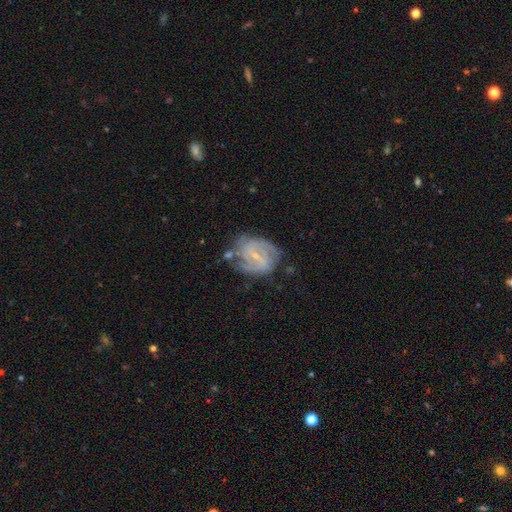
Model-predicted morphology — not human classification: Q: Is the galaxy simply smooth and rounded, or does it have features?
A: featured or disk — 80%.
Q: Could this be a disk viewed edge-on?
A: no — 97%.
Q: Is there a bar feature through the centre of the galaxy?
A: weak — 56%.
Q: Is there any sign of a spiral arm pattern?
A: yes — 91%.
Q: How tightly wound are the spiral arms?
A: medium — 43%.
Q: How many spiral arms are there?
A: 2 — 50%.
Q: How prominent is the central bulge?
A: small — 74%.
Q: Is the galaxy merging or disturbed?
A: none — 59%.